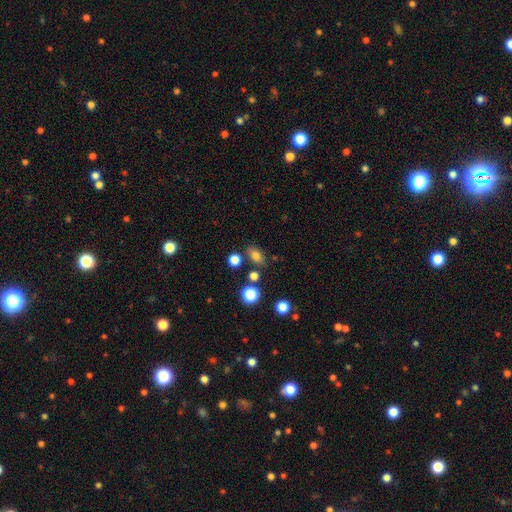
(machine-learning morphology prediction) This appears to be a smooth galaxy with no disk features (78%) that is in between round and cigar-shaped (77%). Merging: none (77%).